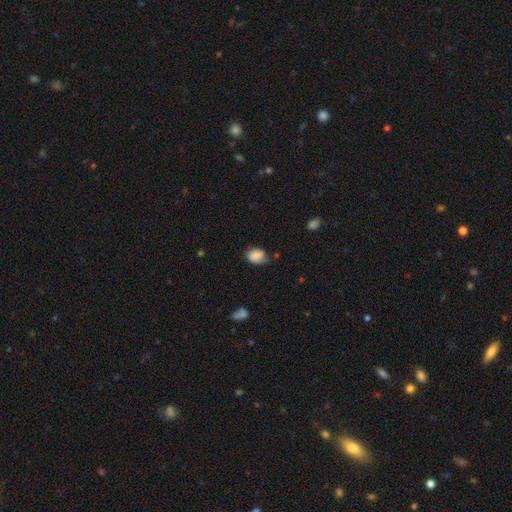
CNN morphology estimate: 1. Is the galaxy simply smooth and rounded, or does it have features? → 81% smooth, 11% featured or disk, 9% star or artifact.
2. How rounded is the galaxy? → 58% in between, 41% round, 1% cigar-shaped.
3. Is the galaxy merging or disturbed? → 49% none, 36% minor disturbance, 12% major disturbance, 3% merger.